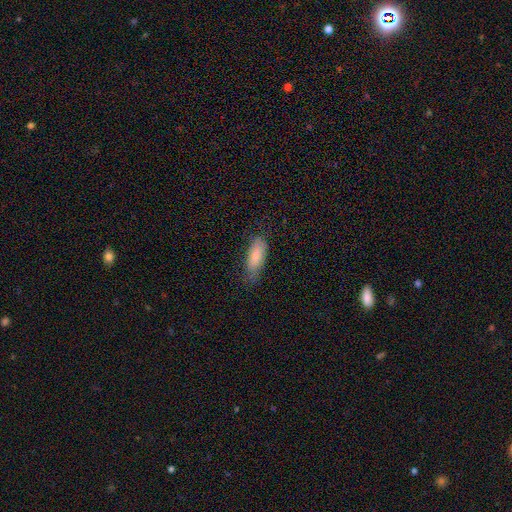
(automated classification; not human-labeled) Overall: smooth (81%). How rounded: in between (69%; cigar-shaped 30%). Merging: none (65%; minor disturbance 27%).